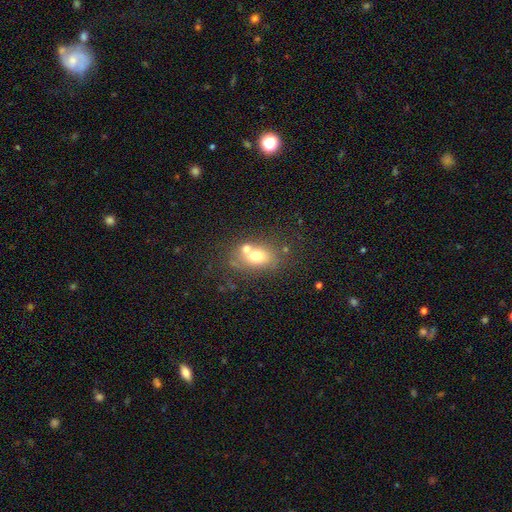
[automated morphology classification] Smooth or featured: smooth — 64% (featured or disk — 24%)
How rounded: in between — 68% (round — 30%)
Merging: none — 45% (merger — 37%)